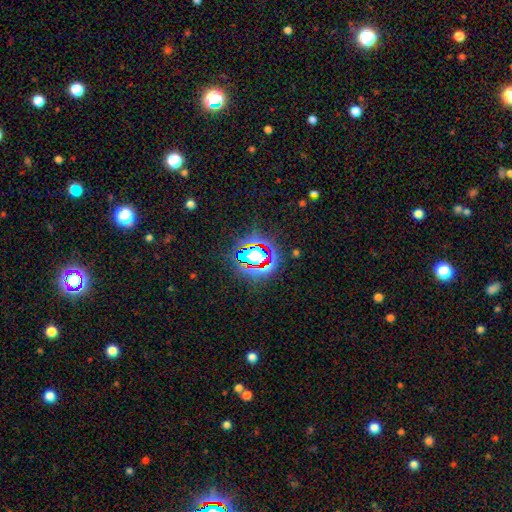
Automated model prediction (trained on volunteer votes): The model was most divided on "smooth or featured": star or artifact: 67%, smooth: 21%, featured or disk: 12%.